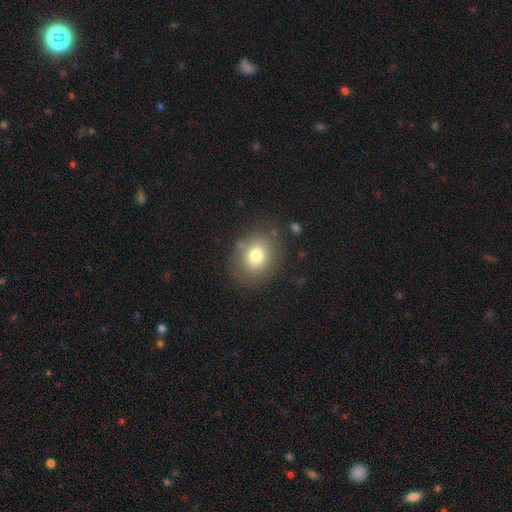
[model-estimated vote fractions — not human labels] Smooth or featured? Predicted: smooth (p=0.76). How rounded? Predicted: round (p=0.68). Merging? Predicted: none (p=0.79).